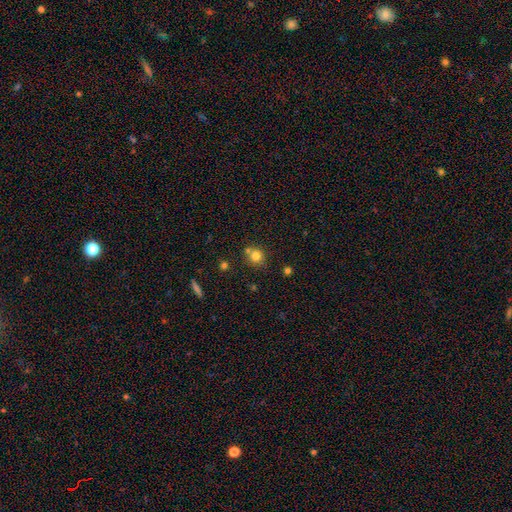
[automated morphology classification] This appears to be a smooth galaxy with no disk features (78%) that is round (88%). Merging: none (65%).